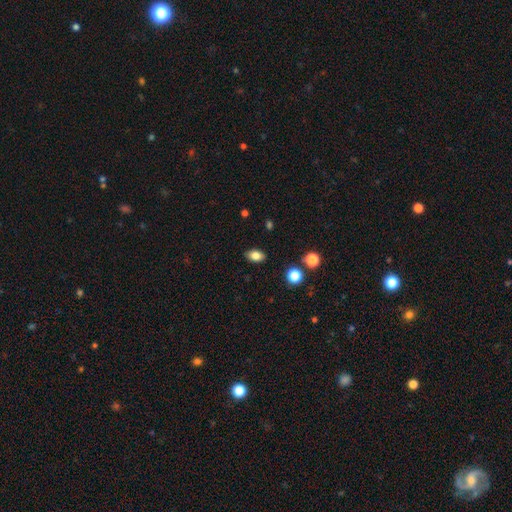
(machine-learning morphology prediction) Smooth or featured: smooth — 82% (star or artifact — 10%)
How rounded: in between — 86% (round — 12%)
Merging: none — 88% (minor disturbance — 9%)